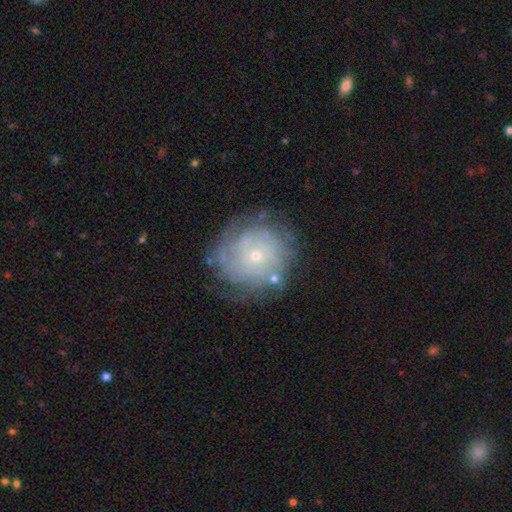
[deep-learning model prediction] Smooth or featured? Predicted: featured or disk (p=0.73). Edge-on disk? Predicted: no (p=0.97). Bar? Predicted: no (p=0.85). Spiral arms? Predicted: yes (p=0.83). Spiral winding? Predicted: tight (p=0.79). Spiral arm count? Predicted: can't tell (p=0.54). Bulge size? Predicted: small (p=0.67). Merging? Predicted: none (p=0.73).